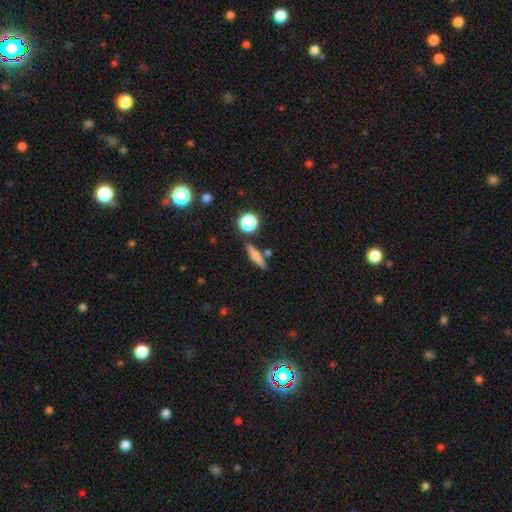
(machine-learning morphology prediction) Smooth or featured? smooth (72%)
How rounded? cigar-shaped (75%)
Merging? none (80%)